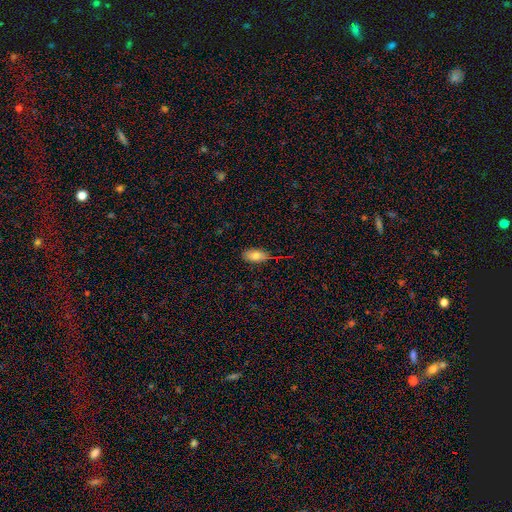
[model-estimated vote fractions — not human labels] Overall: smooth (79%). How rounded: in between (90%). Merging: none (77%).